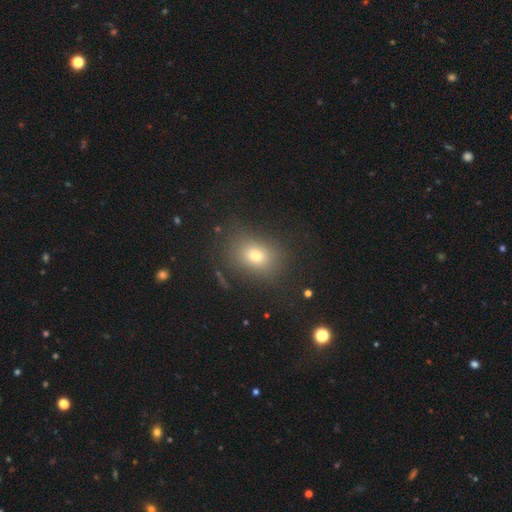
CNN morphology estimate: The model was most divided on "how rounded": in between: 61%, round: 38%, cigar-shaped: 1%. More confident: merging — none (80%); smooth or featured — smooth (74%).